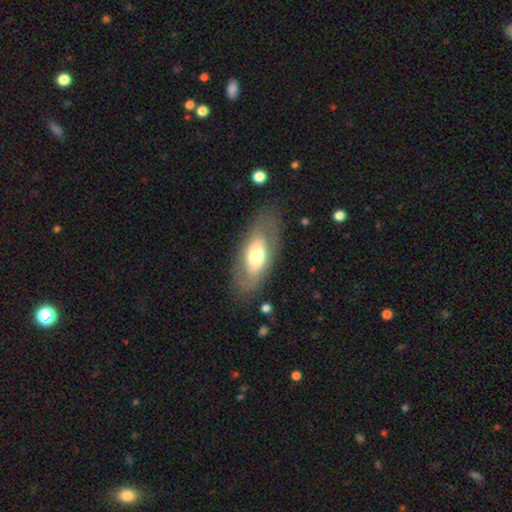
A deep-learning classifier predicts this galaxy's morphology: This appears to be a smooth galaxy with no disk features (50%) that is in between round and cigar-shaped (87%). Merging: none (77%).